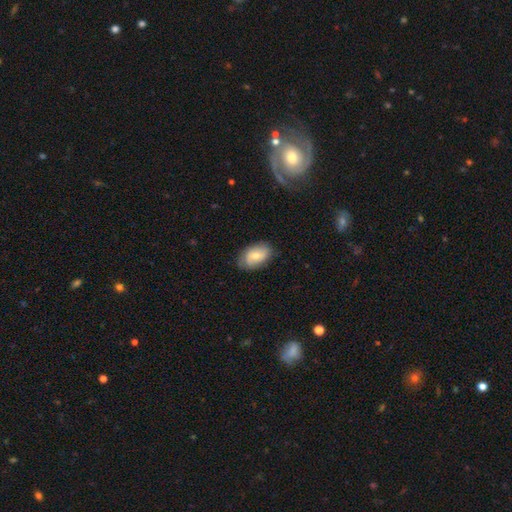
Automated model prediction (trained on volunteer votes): Overall: smooth (57%; featured or disk 37%). How rounded: in between (90%). Merging: none (78%).